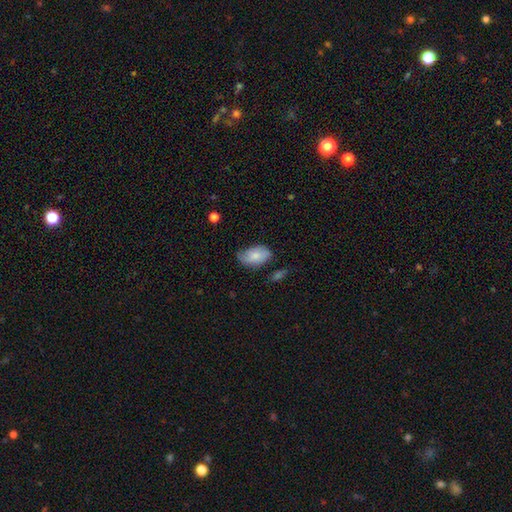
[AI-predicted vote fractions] A smooth galaxy with no disk features (78%) that is in between round and cigar-shaped (92%). Merging: none (55%).